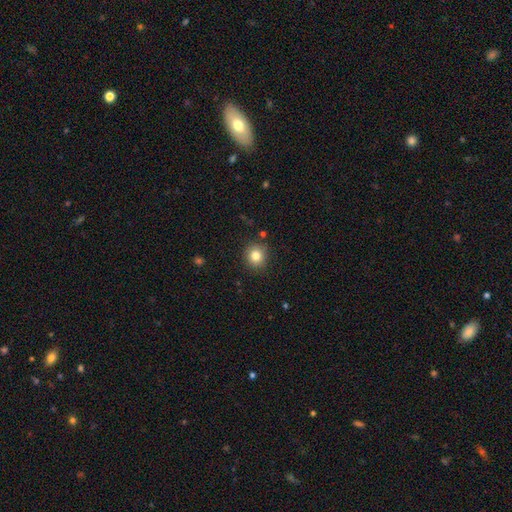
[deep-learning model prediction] This is clearly a smooth galaxy (82%). How rounded: clearly round (88%). Merging: clearly none (88%).